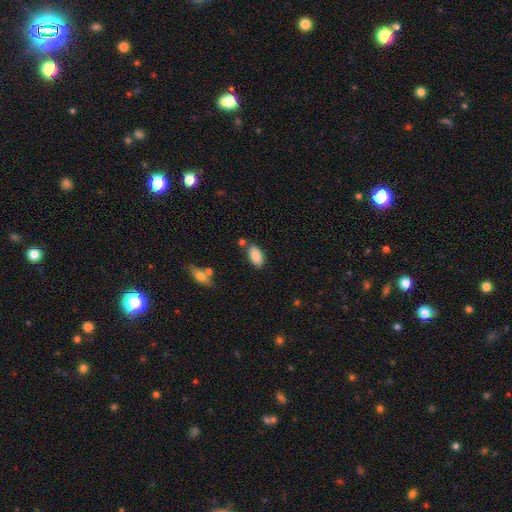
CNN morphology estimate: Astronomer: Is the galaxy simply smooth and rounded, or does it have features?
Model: smooth — 87%.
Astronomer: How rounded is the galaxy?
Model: in between — 93%.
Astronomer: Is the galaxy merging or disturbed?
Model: none — 75%.